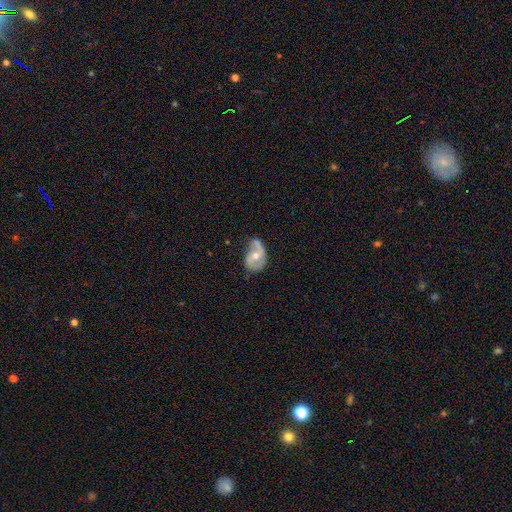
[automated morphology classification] Smooth or featured? Predicted: featured or disk (p=0.67). Edge-on disk? Predicted: no (p=0.97). Bar? Predicted: no (p=0.52). Spiral arms? Predicted: yes (p=0.80). Spiral winding? Predicted: loose (p=0.46). Spiral arm count? Predicted: 2 (p=0.68). Bulge size? Predicted: moderate (p=0.63). Merging? Predicted: none (p=0.39).